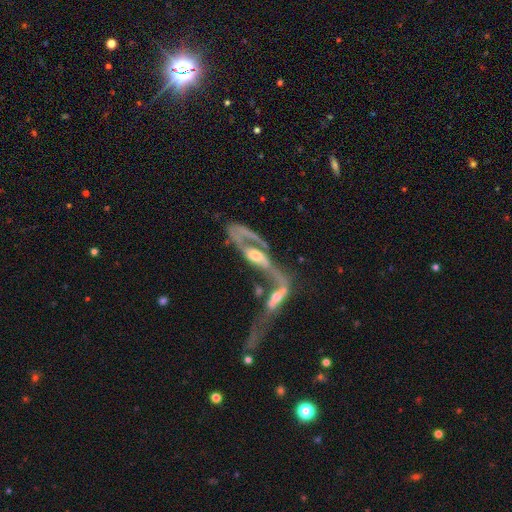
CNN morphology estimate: featured or disk 82%, smooth 11%, star or artifact 7%. Down the decision tree: edge-on disk — no (71%); bar — no (52%); spiral arms — yes (77%); bulge size — moderate (57%); merging — merger (67%).